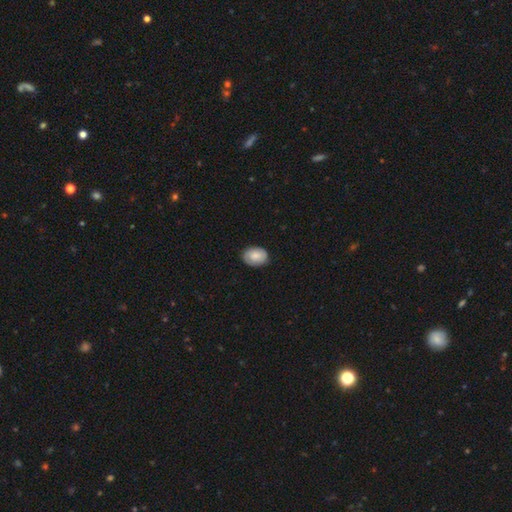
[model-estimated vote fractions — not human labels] This is likely a smooth galaxy (72%). How rounded: likely in between (74%). Merging: clearly none (84%).